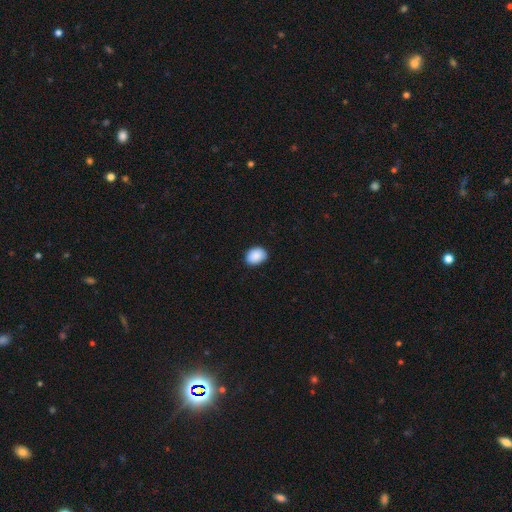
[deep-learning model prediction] Smooth or featured? smooth (90%)
How rounded? in between (64%)
Merging? none (87%)